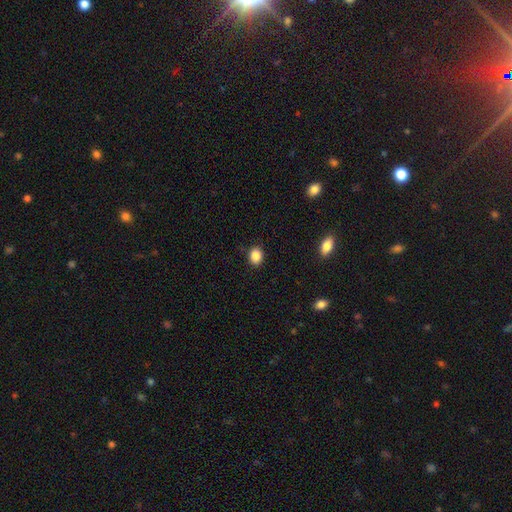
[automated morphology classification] A smooth galaxy with no disk features (87%) that is round (51%).

Vote fractions:
- Smooth or featured? smooth: 87% / star or artifact: 9% / featured or disk: 4%
- How rounded? round: 51% / in between: 48% / cigar-shaped: 1%
- Merging? none: 89% / minor disturbance: 8% / major disturbance: 2% / merger: 1%